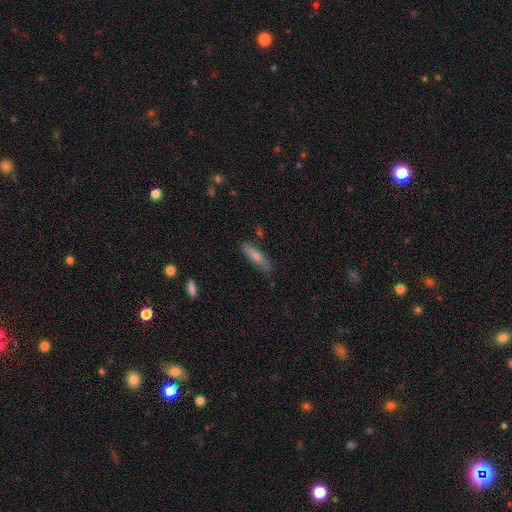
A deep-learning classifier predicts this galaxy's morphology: Smooth or featured?
  - smooth: 72% *
  - featured or disk: 21%
  - star or artifact: 6%
How rounded?
  - cigar-shaped: 66% *
  - in between: 33%
  - round: 2%
Merging?
  - none: 73% *
  - minor disturbance: 20%
  - major disturbance: 4%
  - merger: 3%